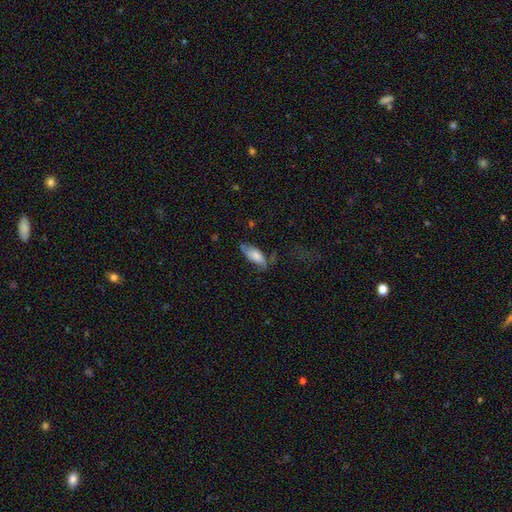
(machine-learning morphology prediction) Overall: smooth (68%). How rounded: in between (83%). Merging: none (50%; minor disturbance 32%).